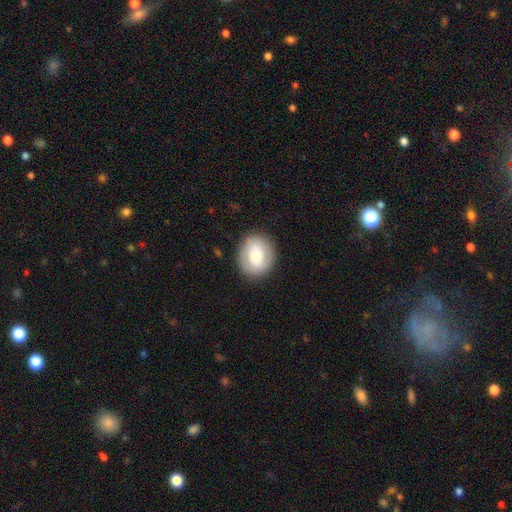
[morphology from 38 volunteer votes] A featured or disk galaxy (55%) with no bar (60%), no spiral arms (70%) and a moderate central bulge (70%). Merging: none (81%).